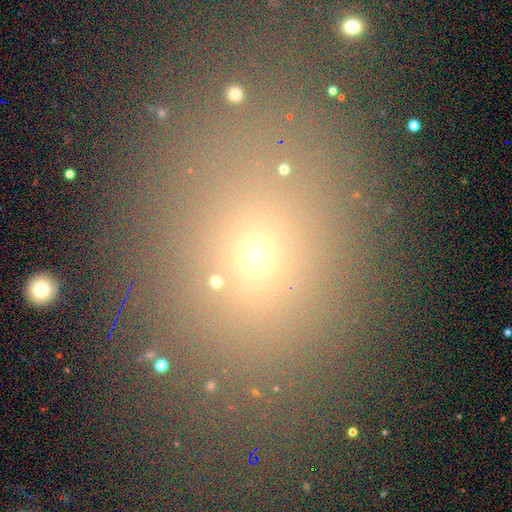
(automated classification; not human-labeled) smooth-or-featured: smooth: 59% | star or artifact: 30% | featured or disk: 11%
  how-rounded: in between: 54% | round: 42% | cigar-shaped: 4%
  merging: none: 78% | minor disturbance: 11% | major disturbance: 6% | merger: 6%